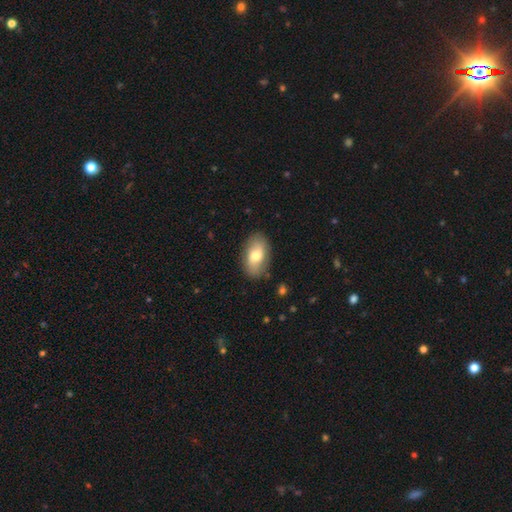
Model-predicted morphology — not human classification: Smooth or featured?
  - smooth: 70% *
  - featured or disk: 24%
  - star or artifact: 6%
How rounded?
  - in between: 92% *
  - round: 6%
  - cigar-shaped: 2%
Merging?
  - none: 84% *
  - minor disturbance: 11%
  - major disturbance: 3%
  - merger: 1%